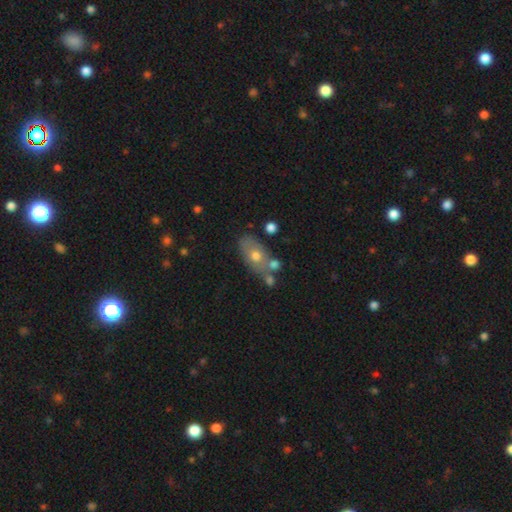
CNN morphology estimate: A smooth galaxy with no disk features (60%) that is in between round and cigar-shaped (84%). Merging: none (52%).